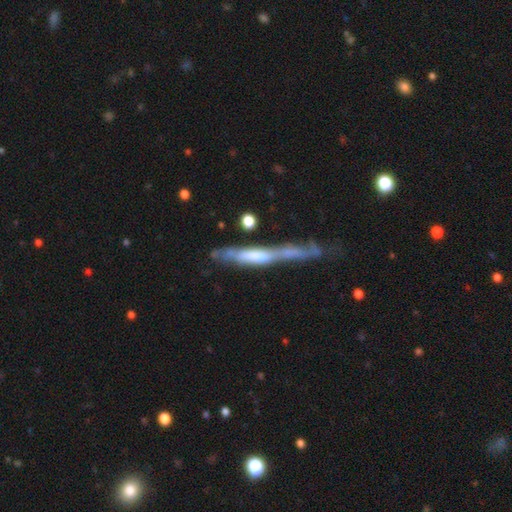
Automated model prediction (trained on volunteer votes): Smooth or featured: featured or disk — 57% (smooth — 36%)
Edge-on disk: yes — 78% (no — 22%)
Merging: none — 39% (minor disturbance — 25%)